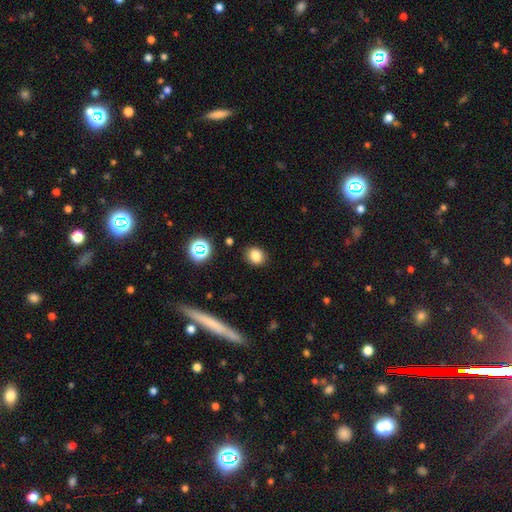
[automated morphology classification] smooth_or_featured: smooth (p=0.81) [alt: star or artifact p=0.13]
how_rounded: round (p=0.64) [alt: in between p=0.35]
merging: none (p=0.87) [alt: minor disturbance p=0.09]